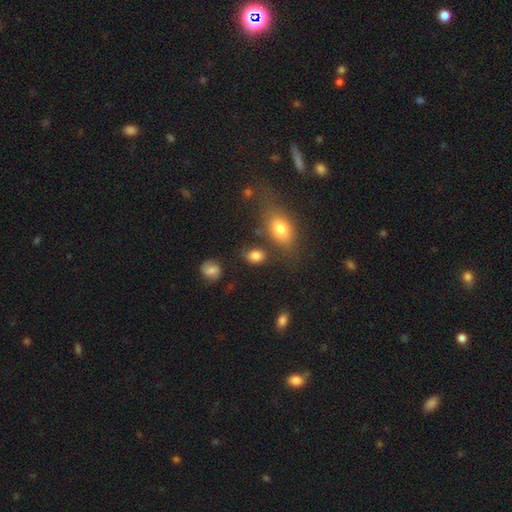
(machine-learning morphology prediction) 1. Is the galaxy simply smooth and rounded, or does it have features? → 82% smooth, 10% star or artifact, 8% featured or disk.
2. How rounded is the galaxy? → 77% in between, 21% round, 2% cigar-shaped.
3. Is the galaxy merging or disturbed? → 70% none, 16% minor disturbance, 8% merger, 6% major disturbance.